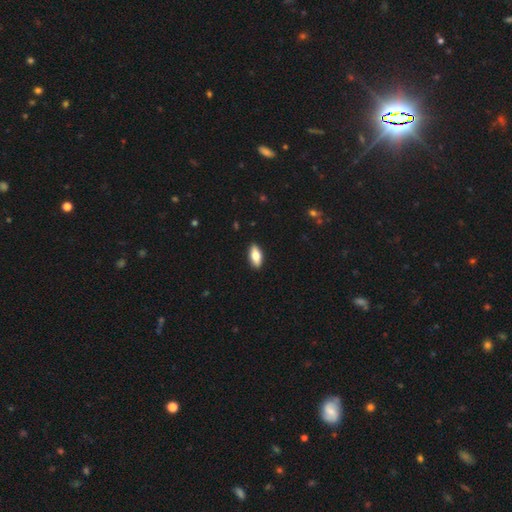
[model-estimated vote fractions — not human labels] smooth-or-featured: smooth: 74% | featured or disk: 19% | star or artifact: 6%
  how-rounded: in between: 85% | cigar-shaped: 12% | round: 3%
  merging: none: 89% | minor disturbance: 8% | major disturbance: 2% | merger: 1%